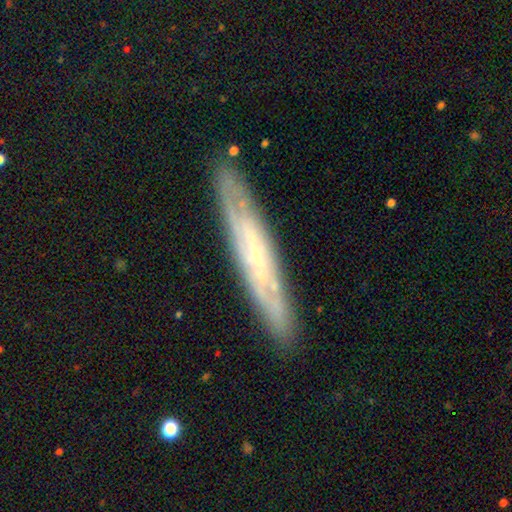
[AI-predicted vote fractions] featured or disk 71%, smooth 22%, star or artifact 7%. Down the decision tree: edge-on disk — yes (63%); merging — none (85%).